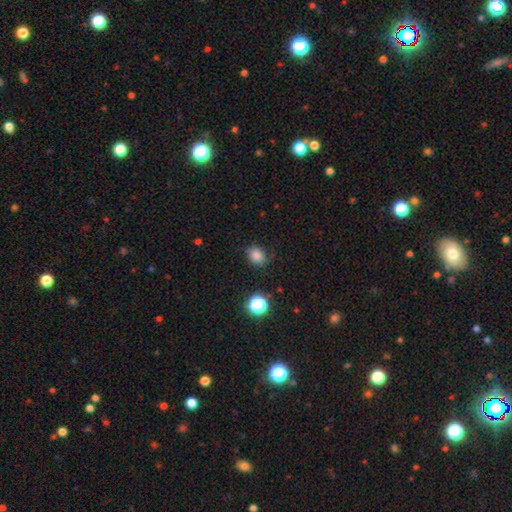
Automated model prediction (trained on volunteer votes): smooth 80%, star or artifact 14%, featured or disk 6%. Down the decision tree: how rounded — round (55%); merging — none (75%).